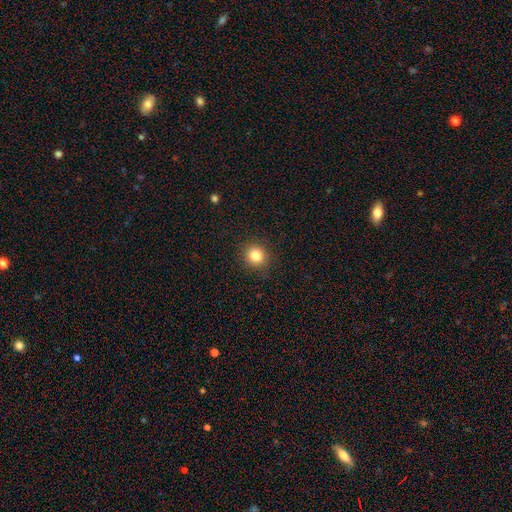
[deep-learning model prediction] smooth 83%, star or artifact 11%, featured or disk 6%. Down the decision tree: how rounded — round (88%); merging — none (90%).